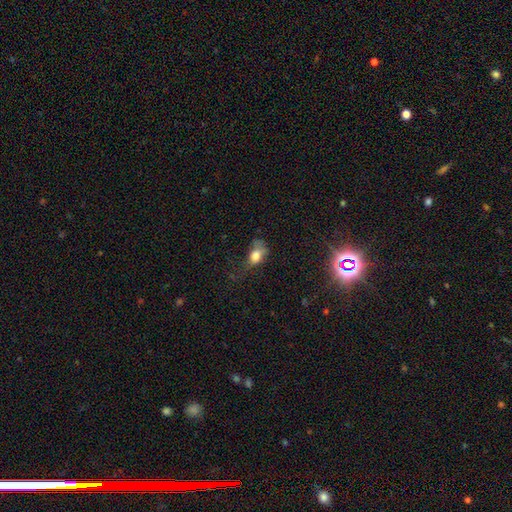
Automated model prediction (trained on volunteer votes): smooth 74%, featured or disk 15%, star or artifact 11%. Down the decision tree: how rounded — in between (73%); merging — major disturbance (41%).